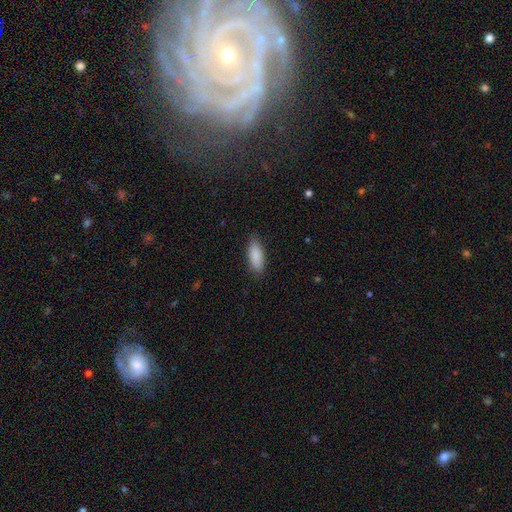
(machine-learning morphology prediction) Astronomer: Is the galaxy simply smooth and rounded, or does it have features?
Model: smooth — 89%.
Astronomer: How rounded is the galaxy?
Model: in between — 75%.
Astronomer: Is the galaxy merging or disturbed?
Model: none — 86%.